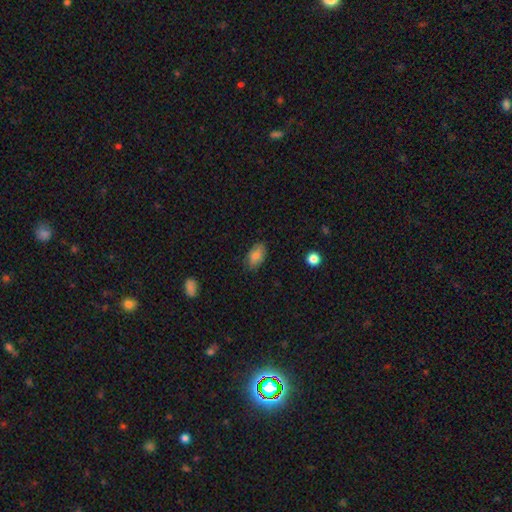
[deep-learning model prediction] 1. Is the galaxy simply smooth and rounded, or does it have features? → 81% smooth, 12% featured or disk, 8% star or artifact.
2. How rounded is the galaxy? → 91% in between, 7% round, 2% cigar-shaped.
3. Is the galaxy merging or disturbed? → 80% none, 16% minor disturbance, 3% major disturbance, 1% merger.